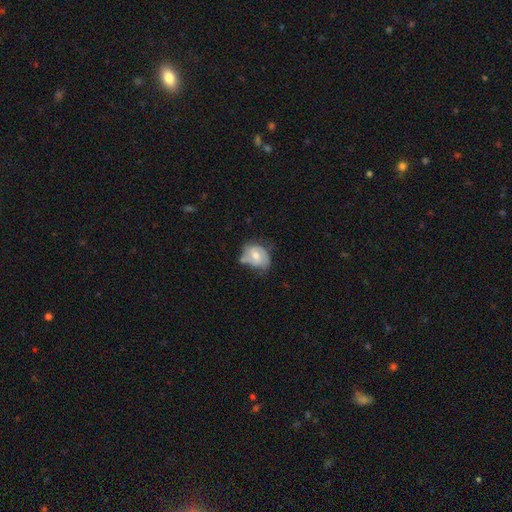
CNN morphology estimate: Q: Smooth or featured?
A: featured or disk (49%); runner-up: smooth (44%)
Q: Merging?
A: none (39%); runner-up: minor disturbance (35%)